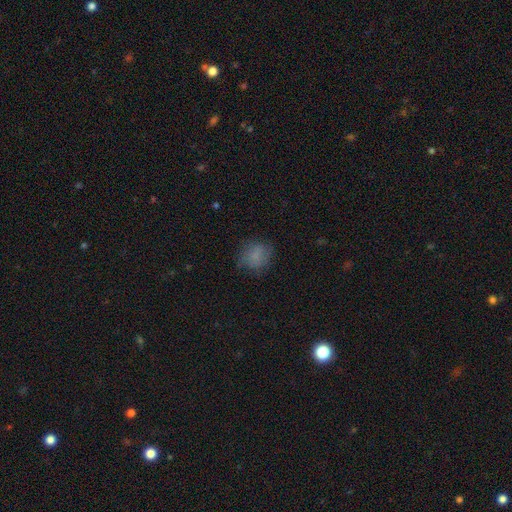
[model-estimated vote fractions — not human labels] smooth_or_featured: smooth (p=0.76) [alt: featured or disk p=0.13]
how_rounded: round (p=0.67) [alt: in between p=0.32]
merging: none (p=0.68) [alt: minor disturbance p=0.21]